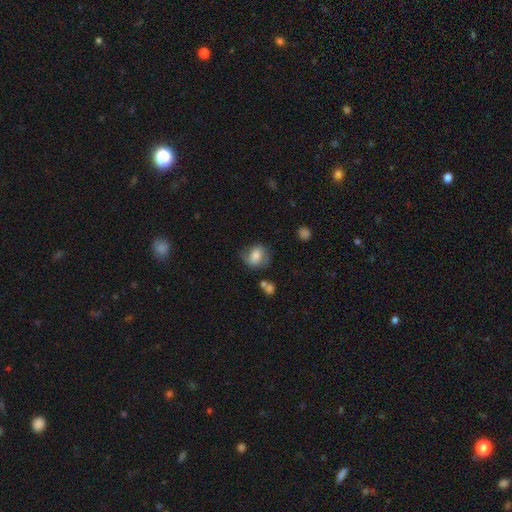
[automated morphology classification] Smooth or featured? Predicted: smooth (p=0.63). How rounded? Predicted: round (p=0.56). Merging? Predicted: none (p=0.63).